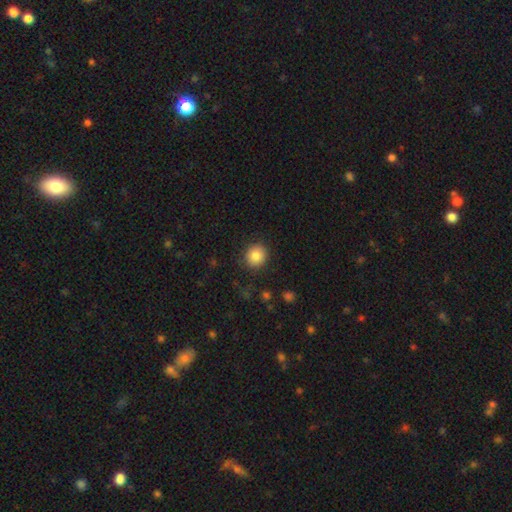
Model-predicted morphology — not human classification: The model was most divided on "how rounded": round: 84%, in between: 15%, cigar-shaped: 1%. More confident: merging — none (88%); smooth or featured — smooth (84%).